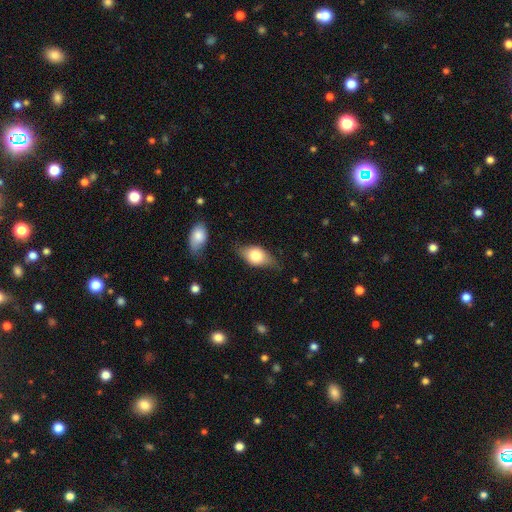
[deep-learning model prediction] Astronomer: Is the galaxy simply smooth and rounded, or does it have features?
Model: smooth — 70%.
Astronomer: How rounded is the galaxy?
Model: in between — 85%.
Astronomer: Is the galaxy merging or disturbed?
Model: none — 64%.